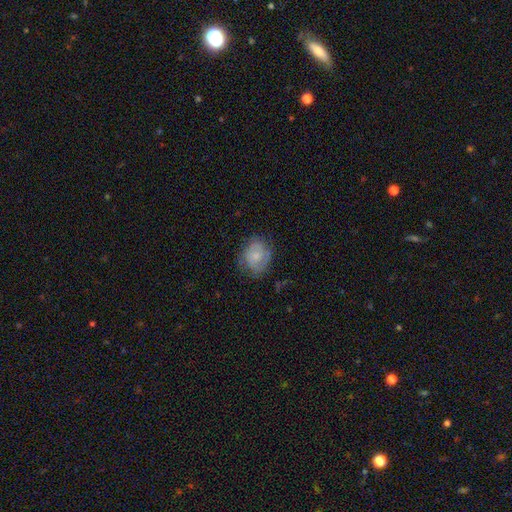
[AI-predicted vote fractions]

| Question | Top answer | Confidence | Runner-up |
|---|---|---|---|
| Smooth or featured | smooth | 60% | featured or disk (32%) |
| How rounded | in between | 54% | round (45%) |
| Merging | none | 62% | minor disturbance (26%) |